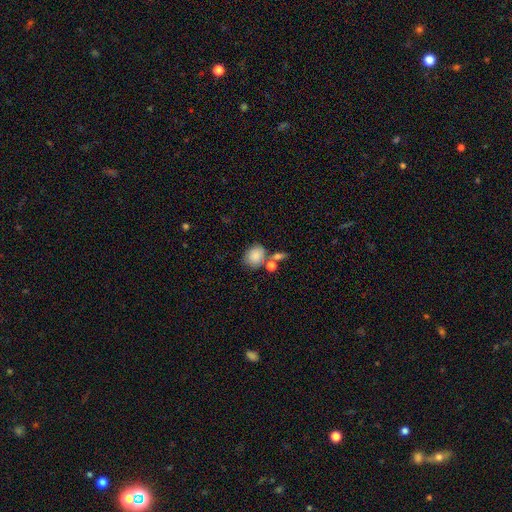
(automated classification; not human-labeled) smooth_or_featured: smooth (p=0.82) [alt: featured or disk p=0.09]
how_rounded: round (p=0.50) [alt: in between p=0.48]
merging: none (p=0.57) [alt: merger p=0.24]